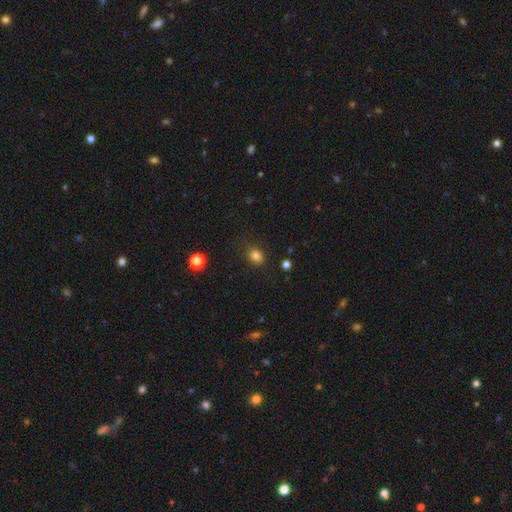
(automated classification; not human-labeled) Smooth or featured?
  - smooth: 83% *
  - star or artifact: 12%
  - featured or disk: 5%
How rounded?
  - in between: 53% *
  - round: 46%
  - cigar-shaped: 1%
Merging?
  - none: 79% *
  - minor disturbance: 14%
  - major disturbance: 5%
  - merger: 2%